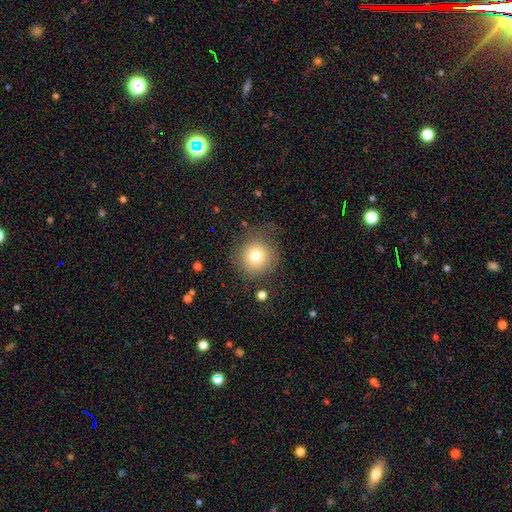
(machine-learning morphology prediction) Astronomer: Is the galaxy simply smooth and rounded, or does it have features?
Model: smooth — 75%.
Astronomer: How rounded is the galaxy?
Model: round — 93%.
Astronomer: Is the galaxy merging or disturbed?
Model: none — 72%.